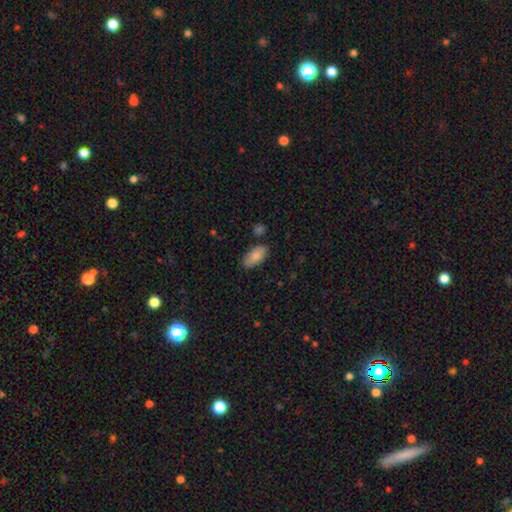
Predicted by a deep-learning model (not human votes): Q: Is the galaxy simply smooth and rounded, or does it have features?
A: smooth — 84%.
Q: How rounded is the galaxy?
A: in between — 93%.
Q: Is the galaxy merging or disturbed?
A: none — 82%.